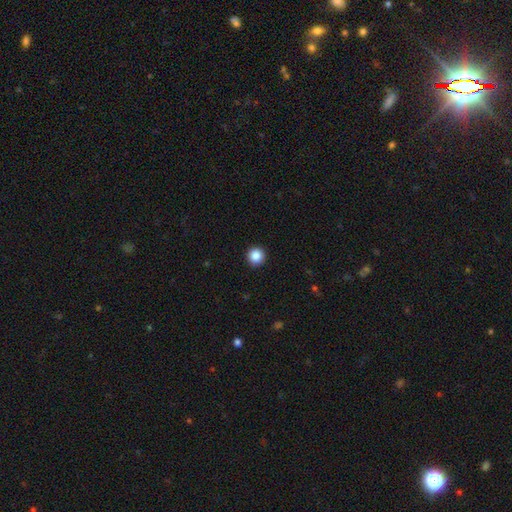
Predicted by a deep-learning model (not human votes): Smooth or featured? smooth (87%)
How rounded? round (96%)
Merging? none (93%)